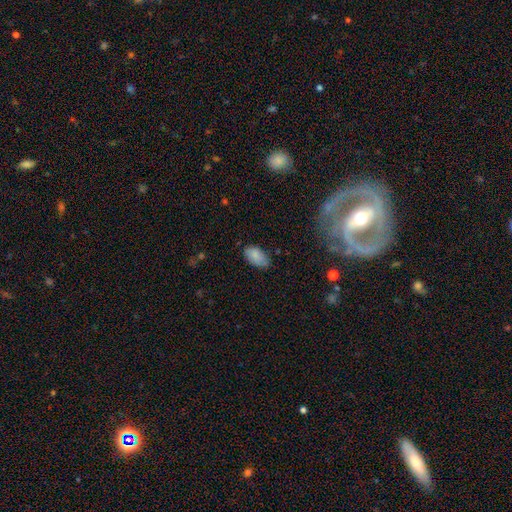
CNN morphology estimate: type=smooth (85%); roundness=in between (94%); merging=none (72%).